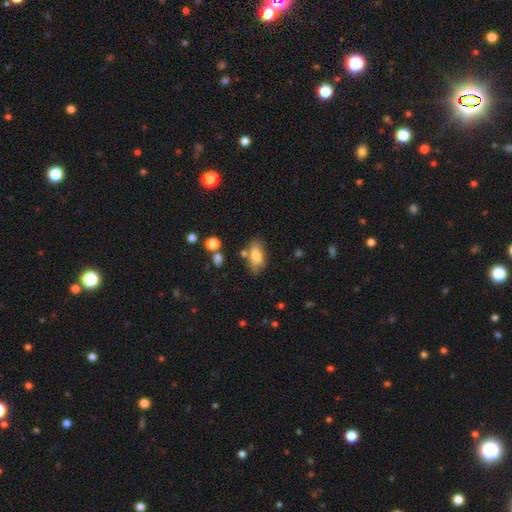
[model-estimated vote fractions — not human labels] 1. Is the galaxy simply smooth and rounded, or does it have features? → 79% smooth, 13% featured or disk, 8% star or artifact.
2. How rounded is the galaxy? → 86% in between, 10% cigar-shaped, 4% round.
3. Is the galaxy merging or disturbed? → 66% none, 19% minor disturbance, 10% merger, 5% major disturbance.